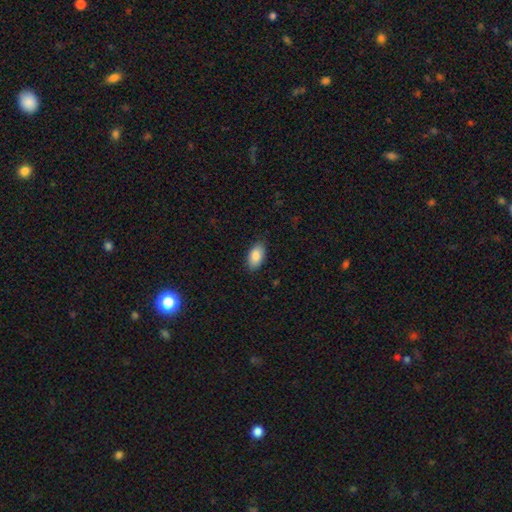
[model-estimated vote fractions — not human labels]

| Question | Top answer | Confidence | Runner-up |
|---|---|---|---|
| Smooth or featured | smooth | 87% | star or artifact (7%) |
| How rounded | in between | 94% | round (4%) |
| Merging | none | 85% | minor disturbance (11%) |